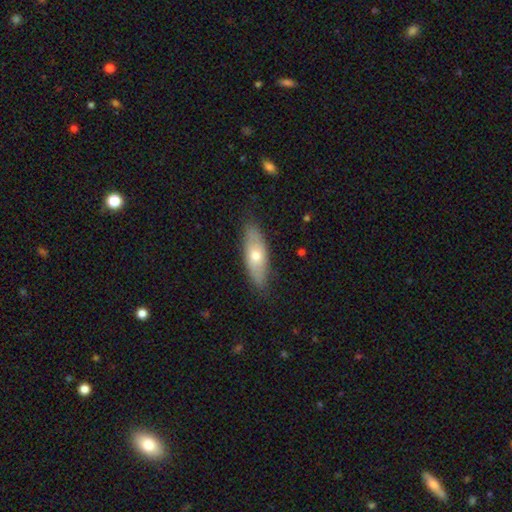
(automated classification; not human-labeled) A smooth galaxy with no disk features (56%) that is in between round and cigar-shaped (58%). Merging: none (84%).